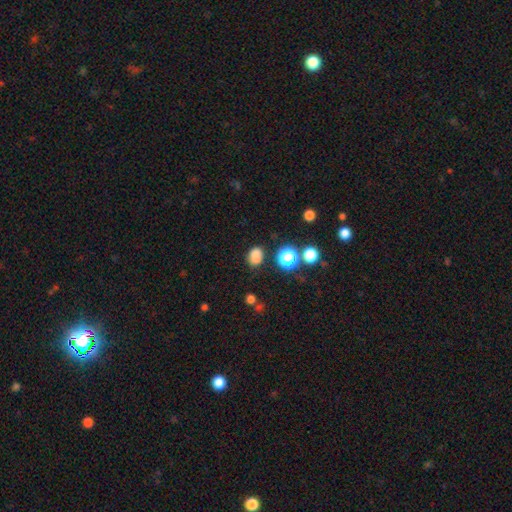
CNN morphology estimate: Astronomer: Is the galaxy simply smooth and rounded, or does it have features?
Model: smooth — 77%.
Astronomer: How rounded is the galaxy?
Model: in between — 55% (runner-up: round, 44%).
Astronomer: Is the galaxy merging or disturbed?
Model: none — 73%.